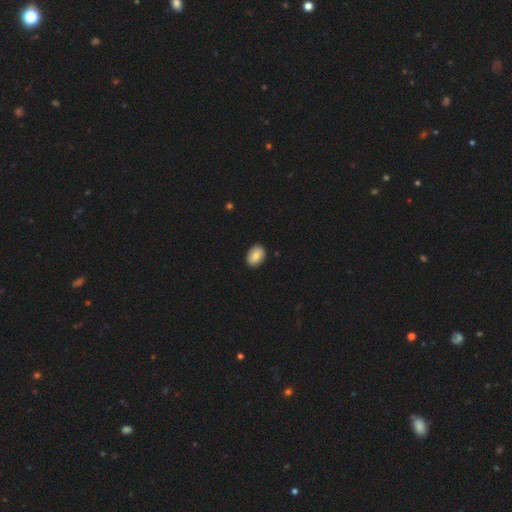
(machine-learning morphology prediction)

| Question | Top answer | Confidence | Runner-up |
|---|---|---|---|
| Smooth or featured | smooth | 83% | featured or disk (10%) |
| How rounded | in between | 77% | round (22%) |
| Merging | none | 88% | minor disturbance (9%) |